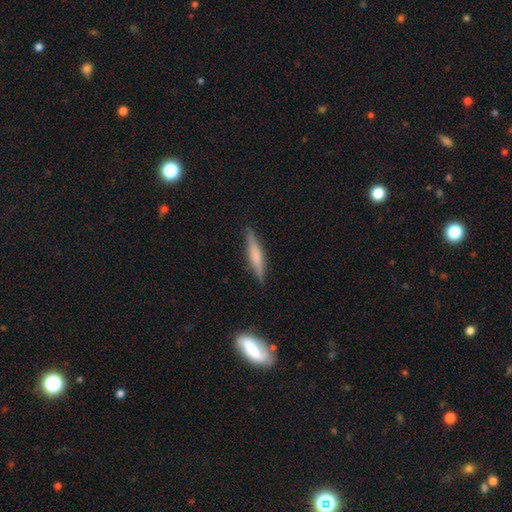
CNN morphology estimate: smooth 52%, featured or disk 41%, star or artifact 6%. Down the decision tree: how rounded — cigar-shaped (89%); merging — none (87%).